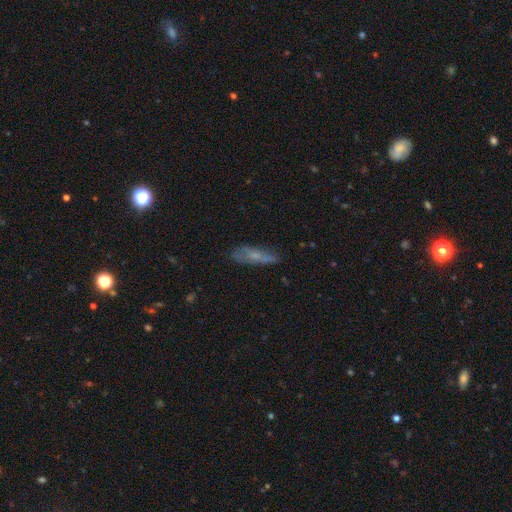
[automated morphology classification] Smooth or featured? smooth (52%)
How rounded? cigar-shaped (61%)
Merging? none (63%)